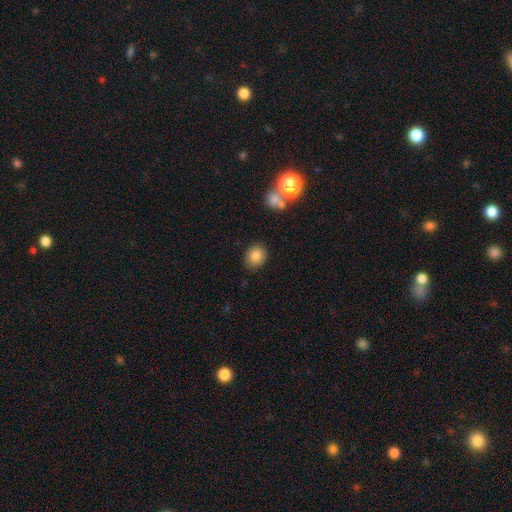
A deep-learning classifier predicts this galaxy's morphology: Smooth or featured? smooth (82%)
How rounded? round (68%)
Merging? none (87%)